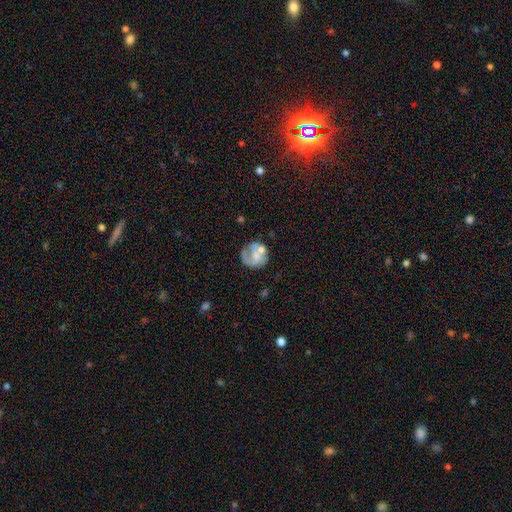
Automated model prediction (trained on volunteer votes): Morphology: type=featured or disk (53%); edge-on=no (98%); bar=no (77%); spiral arms=no (54%); bulge=moderate (39%); merging=none (46%).